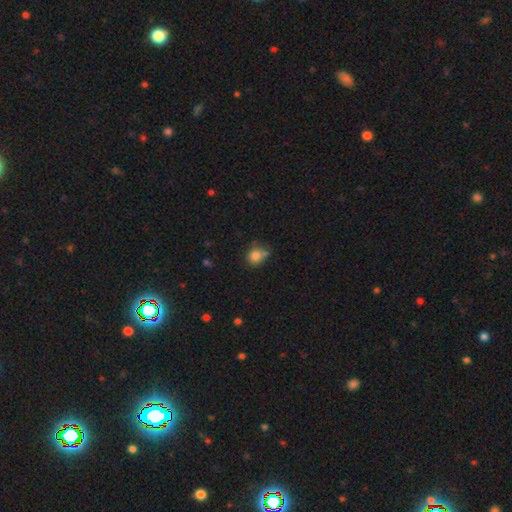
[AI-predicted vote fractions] Smooth or featured: smooth — 79% (star or artifact — 11%)
How rounded: round — 66% (in between — 33%)
Merging: none — 49% (minor disturbance — 30%)